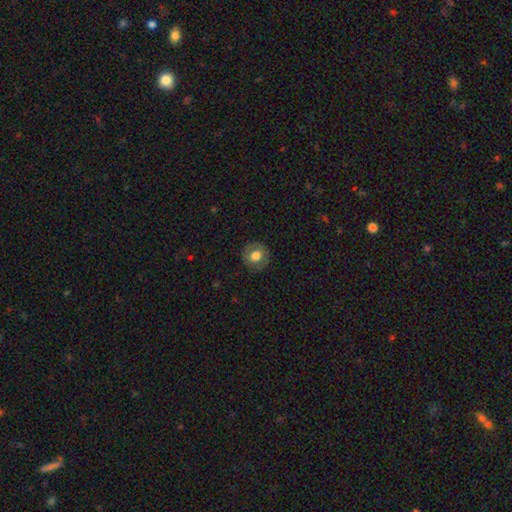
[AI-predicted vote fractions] A smooth galaxy with no disk features (70%) that is round (89%).

Vote fractions:
- Smooth or featured? smooth: 70% / featured or disk: 22% / star or artifact: 9%
- How rounded? round: 89% / in between: 10% / cigar-shaped: 1%
- Merging? none: 88% / minor disturbance: 9% / major disturbance: 3% / merger: 1%